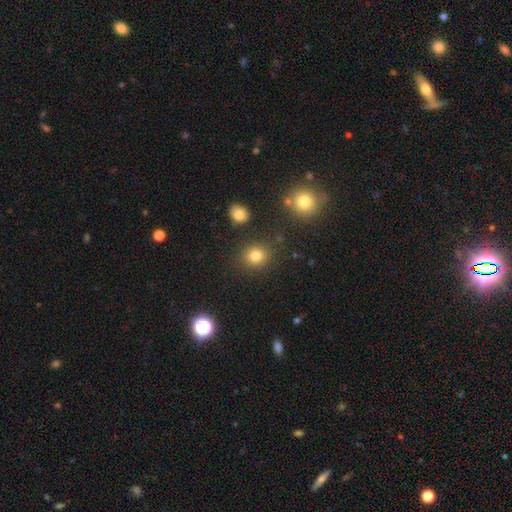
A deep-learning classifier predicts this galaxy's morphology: smooth-or-featured: smooth: 81% | star or artifact: 13% | featured or disk: 6%
  how-rounded: round: 82% | in between: 17% | cigar-shaped: 1%
  merging: none: 86% | minor disturbance: 8% | merger: 4% | major disturbance: 3%